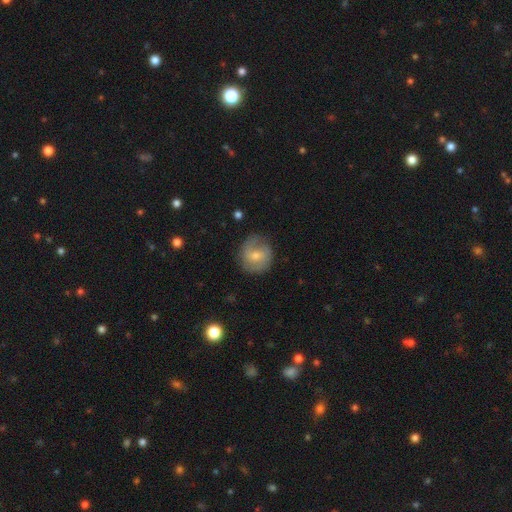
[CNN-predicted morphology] type=featured or disk (52%); edge-on=no (97%); bar=no (51%); spiral arms=yes (83%); bulge=small (51%); merging=none (73%).